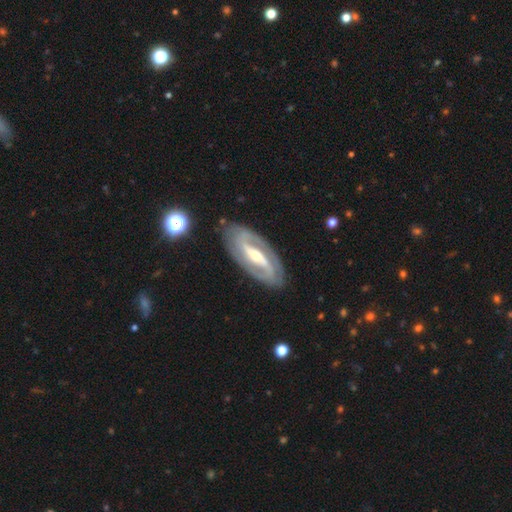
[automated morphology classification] Smooth or featured? featured or disk (89%)
Edge-on disk? no (94%)
Bar? strong (60%)
Spiral arms? yes (96%)
Spiral winding? medium (45%)
Spiral arm count? 2 (91%)
Bulge size? moderate (54%)
Merging? none (84%)